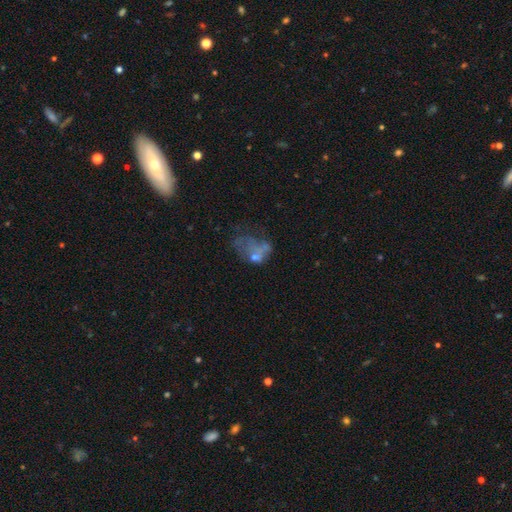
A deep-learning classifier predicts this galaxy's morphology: Smooth or featured? featured or disk (45%)
Merging? major disturbance (40%)